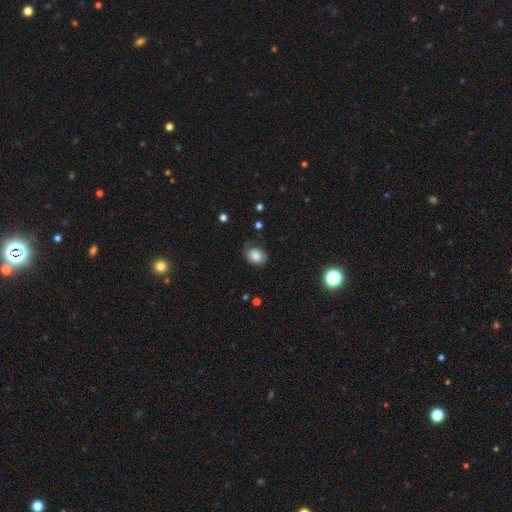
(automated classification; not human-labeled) Smooth or featured? smooth (77%)
How rounded? in between (62%)
Merging? none (58%)